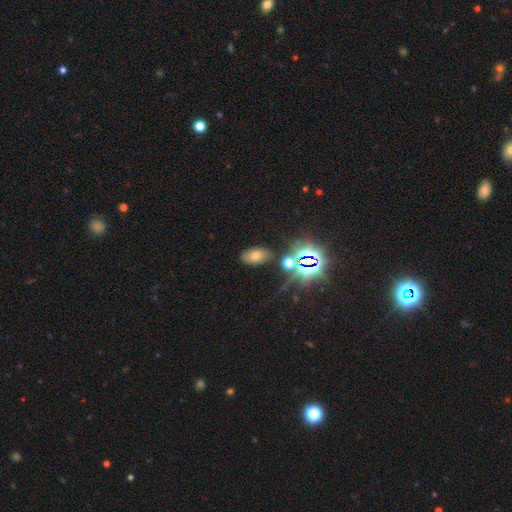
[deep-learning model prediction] Smooth or featured? Predicted: smooth (p=0.43, tied with star or artifact). Merging? Predicted: none (p=0.81).